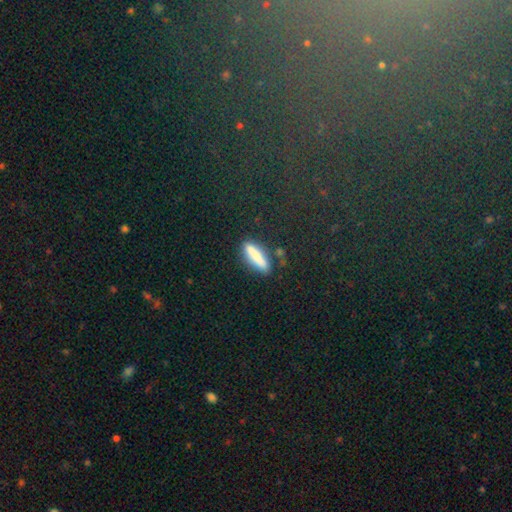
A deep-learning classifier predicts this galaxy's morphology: This appears to be a smooth galaxy with no disk features (78%) that is cigar-shaped (78%). Merging: none (82%).